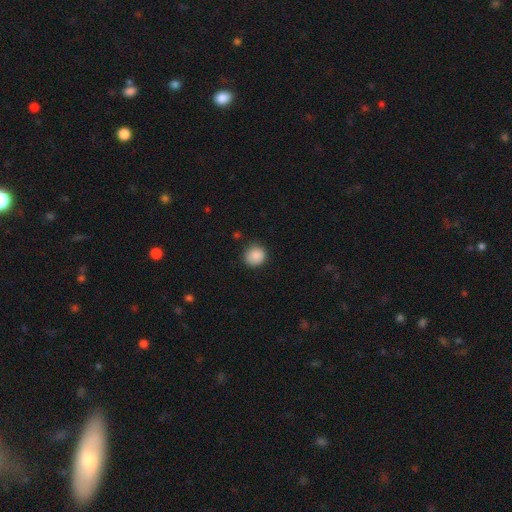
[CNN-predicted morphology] Overall: smooth (88%). How rounded: round (87%). Merging: none (84%).